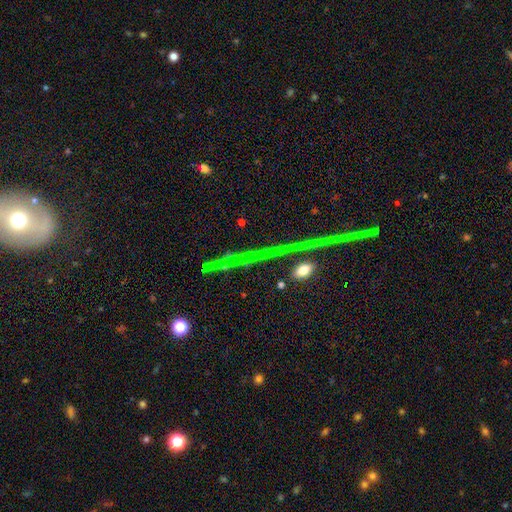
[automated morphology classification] A star or artifact, not a galaxy (74%).